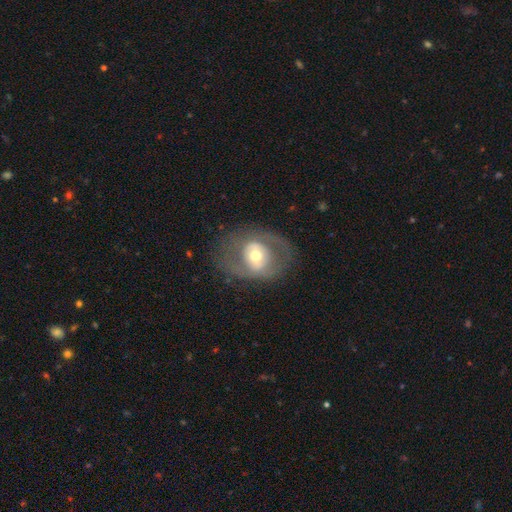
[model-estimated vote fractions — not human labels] featured or disk 59%, smooth 34%, star or artifact 7%. Down the decision tree: edge-on disk — no (94%); bar — no (63%); spiral arms — no (66%); bulge size — moderate (65%); merging — none (65%).